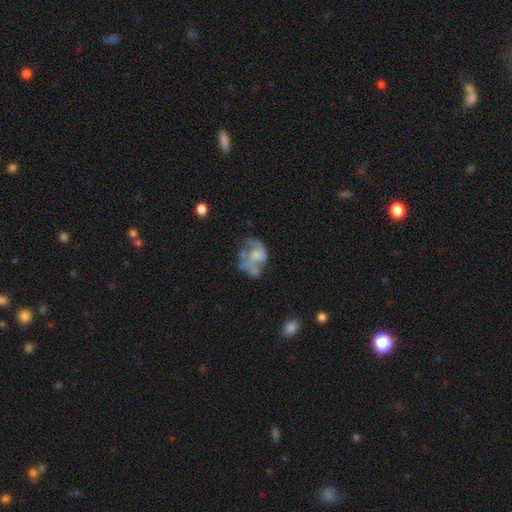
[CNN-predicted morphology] Smooth or featured? Predicted: featured or disk (p=0.64). Edge-on disk? Predicted: no (p=0.98). Bar? Predicted: no (p=0.77). Spiral arms? Predicted: yes (p=0.54). Bulge size? Predicted: none (p=0.33). Merging? Predicted: major disturbance (p=0.36).